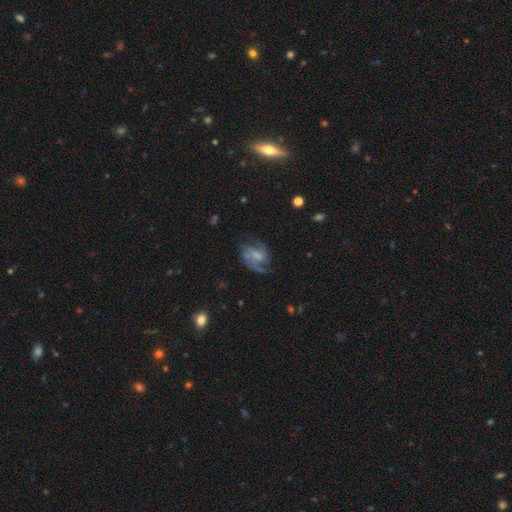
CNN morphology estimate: Smooth or featured? featured or disk (74%)
Edge-on disk? no (98%)
Bar? weak (51%)
Spiral arms? yes (91%)
Spiral winding? medium (48%)
Spiral arm count? 2 (63%)
Bulge size? small (35%)
Merging? none (53%)